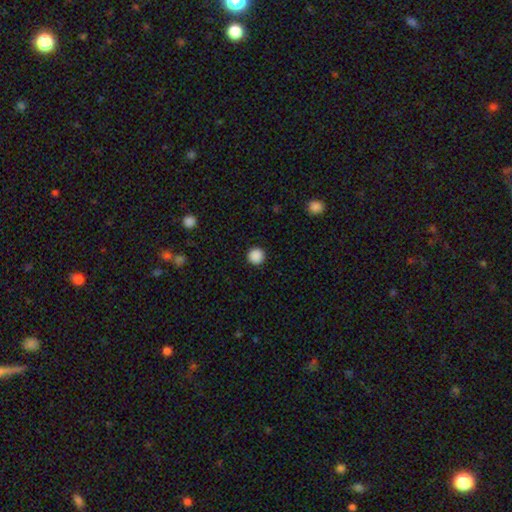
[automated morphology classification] smooth-or-featured: smooth: 88% | star or artifact: 9% | featured or disk: 2%
  how-rounded: round: 96% | in between: 3% | cigar-shaped: 1%
  merging: none: 93% | minor disturbance: 5% | major disturbance: 2% | merger: 1%